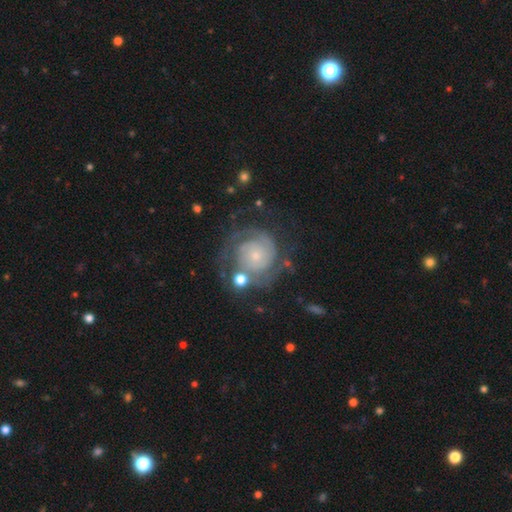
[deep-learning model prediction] Morphology: type=featured or disk (81%); edge-on=no (98%); bar=no (79%); spiral arms=yes (94%); winding=tight (69%); arm count=2 (43%); bulge=small (76%); merging=none (62%).